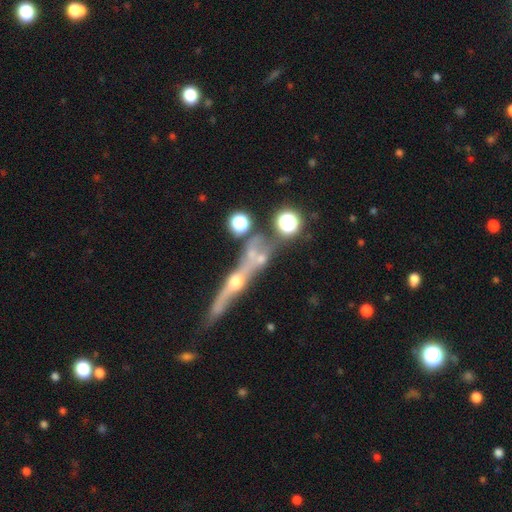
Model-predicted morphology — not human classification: This appears to be a featured or disk galaxy (55%) viewed edge-on (63%). Merging: merger (40%).